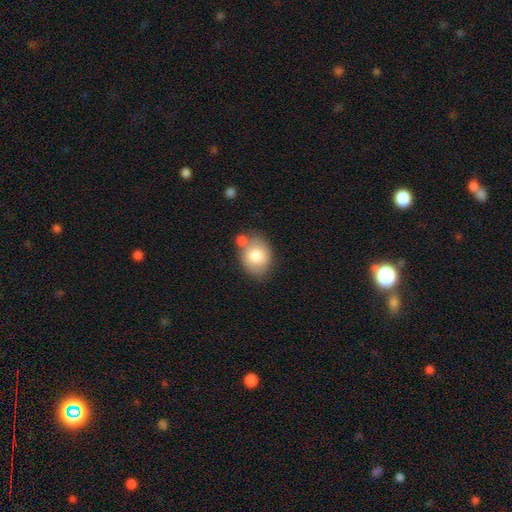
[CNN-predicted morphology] Smooth or featured? smooth (78%)
How rounded? in between (54%)
Merging? none (59%)